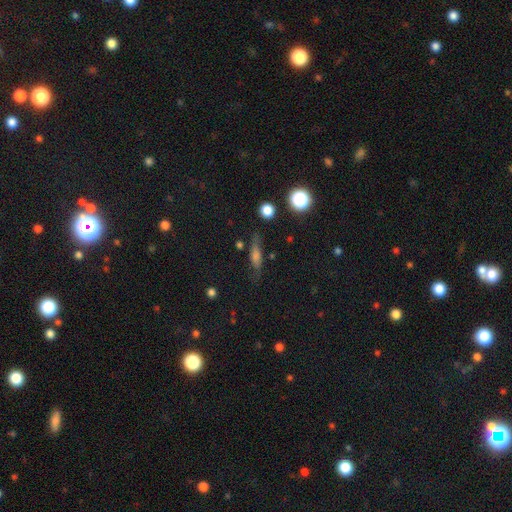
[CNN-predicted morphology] Overall: smooth (51%; featured or disk 32%). How rounded: cigar-shaped (59%; in between 32%). Merging: none (72%).